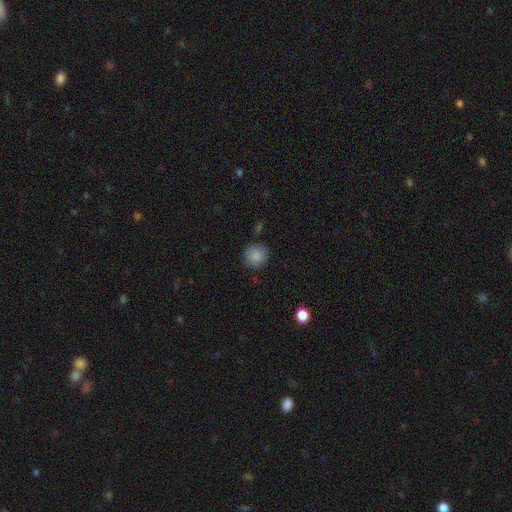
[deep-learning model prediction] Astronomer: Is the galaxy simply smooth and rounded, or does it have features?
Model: smooth — 87%.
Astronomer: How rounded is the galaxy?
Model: round — 91%.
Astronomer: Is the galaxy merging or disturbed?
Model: none — 83%.